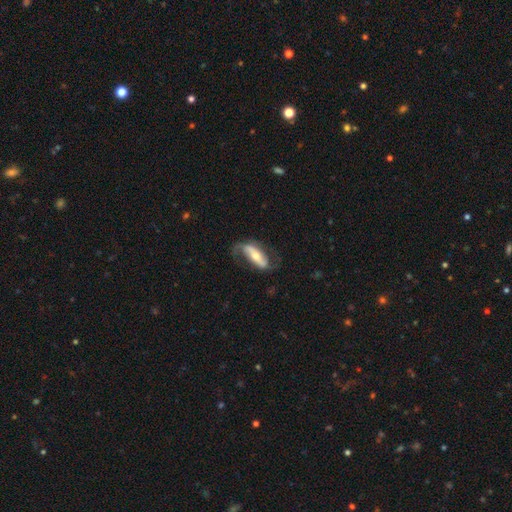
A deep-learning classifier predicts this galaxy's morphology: A featured or disk galaxy (73%) with a strong bar (54%), 2 (80%) loose (50%) spiral arms (87%) and a moderate central bulge (52%). Merging: none (60%).